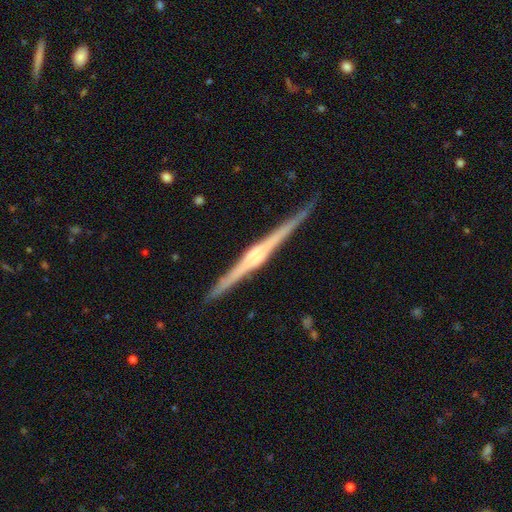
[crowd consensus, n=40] Overall: featured or disk (85%). Edge-on disk: yes (100%). Edge-on bulge: rounded (71%). Merging: none (80%).